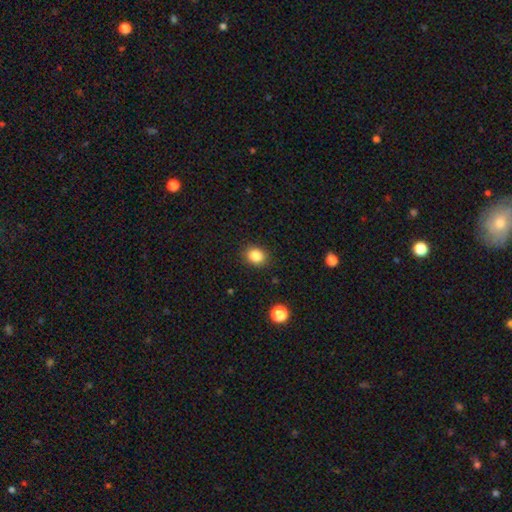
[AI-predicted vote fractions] smooth-or-featured: smooth: 85% | star or artifact: 10% | featured or disk: 5%
  how-rounded: round: 57% | in between: 42% | cigar-shaped: 1%
  merging: none: 89% | minor disturbance: 8% | major disturbance: 2% | merger: 1%